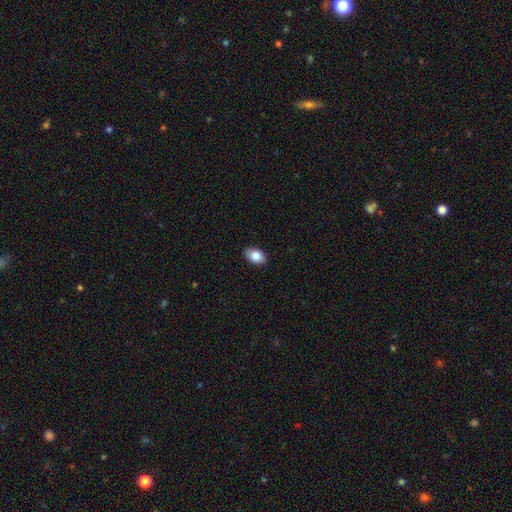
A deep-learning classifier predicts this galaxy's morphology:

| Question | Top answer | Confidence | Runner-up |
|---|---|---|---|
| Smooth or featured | smooth | 85% | featured or disk (8%) |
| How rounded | in between | 89% | round (10%) |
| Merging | none | 88% | minor disturbance (9%) |